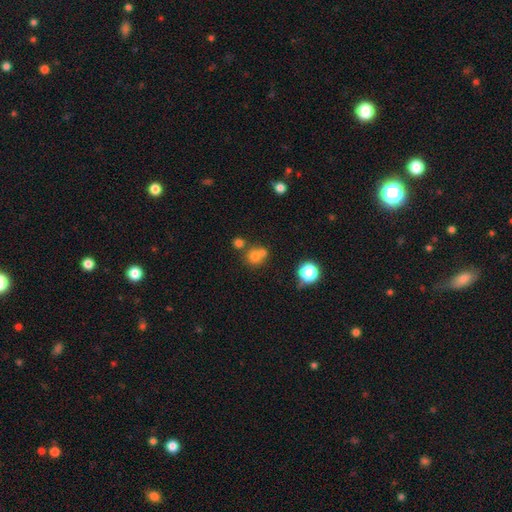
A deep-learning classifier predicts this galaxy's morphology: smooth-or-featured: smooth: 71% | star or artifact: 17% | featured or disk: 12%
  how-rounded: round: 85% | in between: 14% | cigar-shaped: 1%
  merging: none: 49% | merger: 40% | minor disturbance: 8% | major disturbance: 3%